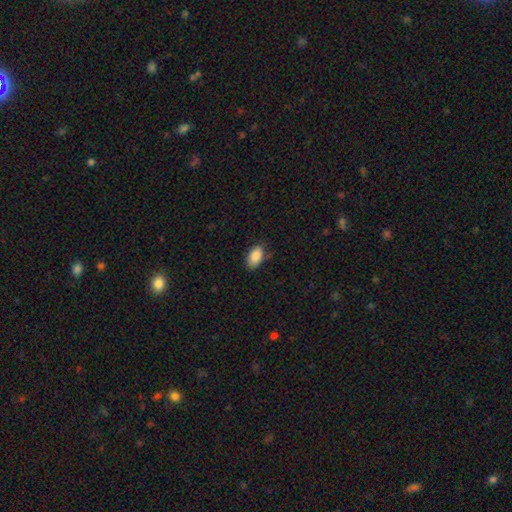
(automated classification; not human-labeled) Q: Smooth or featured?
A: smooth (88%); runner-up: star or artifact (7%)
Q: How rounded?
A: in between (92%); runner-up: round (6%)
Q: Merging?
A: none (75%); runner-up: minor disturbance (20%)